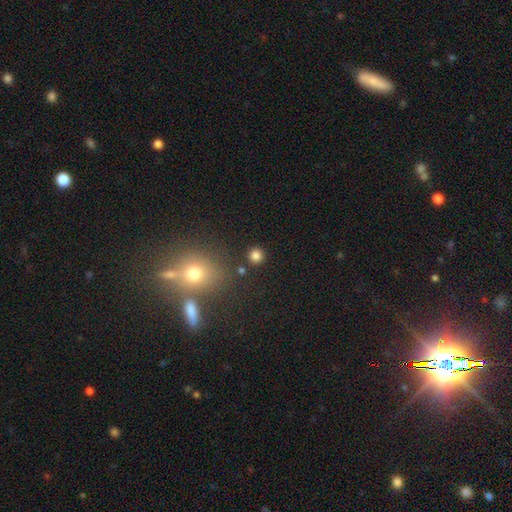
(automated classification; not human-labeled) The model was most divided on "smooth or featured": smooth: 81%, star or artifact: 14%, featured or disk: 5%. More confident: how rounded — round (92%); merging — none (87%).